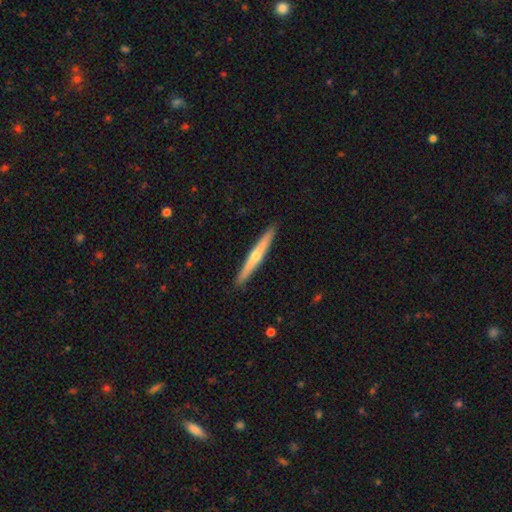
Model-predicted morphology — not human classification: The model was most divided on "smooth or featured": featured or disk: 57%, smooth: 37%, star or artifact: 5%. More confident: edge-on disk — yes (97%); merging — none (92%); edge-on bulge — rounded (76%).